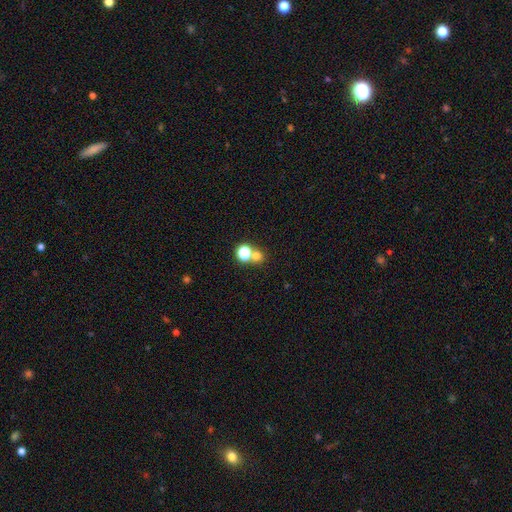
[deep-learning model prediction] Overall: smooth (70%). How rounded: round (86%). Merging: none (56%; merger 35%).